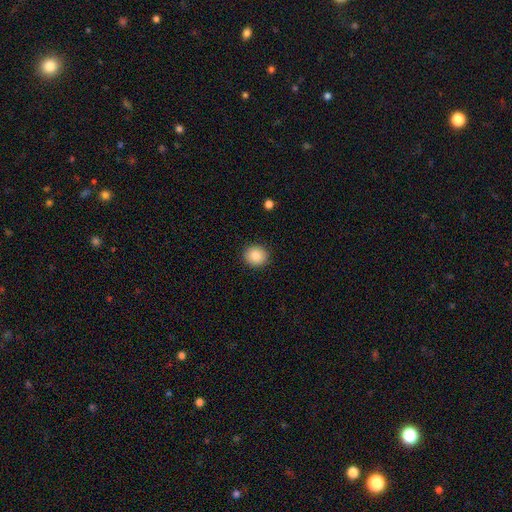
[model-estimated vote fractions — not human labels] Morphology: type=smooth (87%); roundness=round (82%); merging=none (91%).